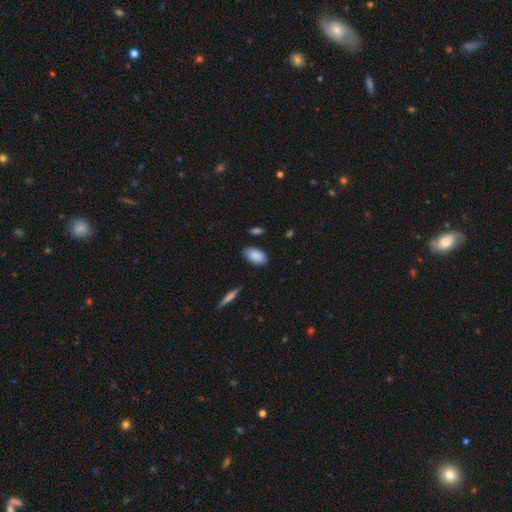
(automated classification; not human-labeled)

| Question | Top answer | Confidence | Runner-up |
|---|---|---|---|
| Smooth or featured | smooth | 86% | featured or disk (8%) |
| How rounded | in between | 94% | round (4%) |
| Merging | none | 82% | minor disturbance (14%) |